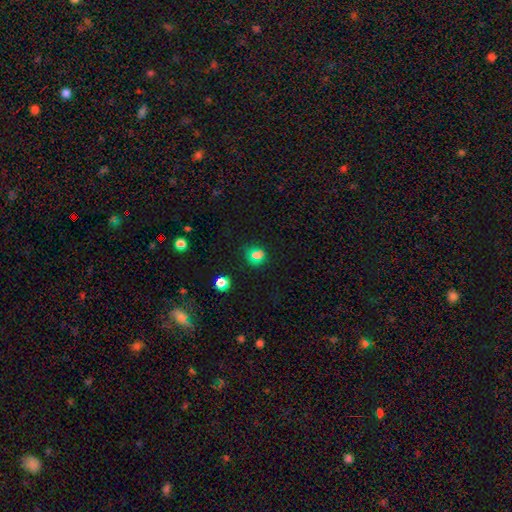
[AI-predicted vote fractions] A smooth galaxy with no disk features (53%) that is round (86%). Merging: none (82%).